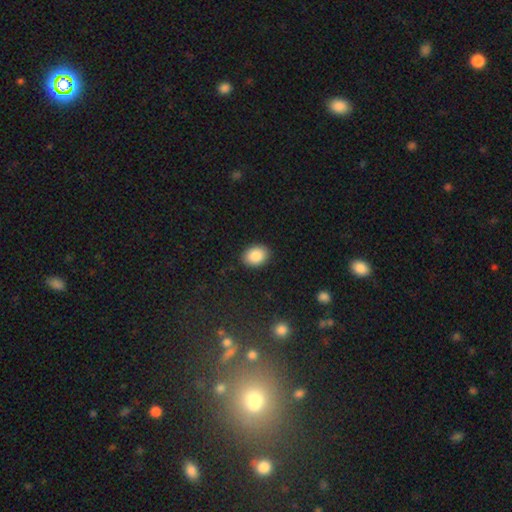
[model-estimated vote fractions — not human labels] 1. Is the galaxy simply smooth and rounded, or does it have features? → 87% smooth, 7% star or artifact, 6% featured or disk.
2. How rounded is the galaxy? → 67% in between, 32% round, 1% cigar-shaped.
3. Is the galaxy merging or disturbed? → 89% none, 8% minor disturbance, 2% major disturbance, 1% merger.